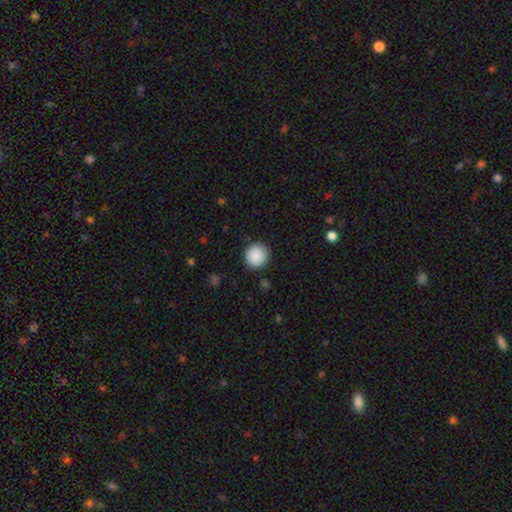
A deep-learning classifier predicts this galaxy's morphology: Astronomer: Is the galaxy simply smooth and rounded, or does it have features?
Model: smooth — 89%.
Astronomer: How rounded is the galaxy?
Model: round — 94%.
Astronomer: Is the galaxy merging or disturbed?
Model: none — 90%.